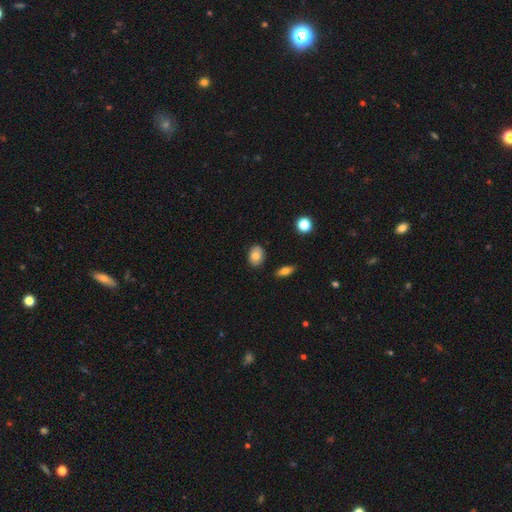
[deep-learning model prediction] Smooth or featured? smooth (78%)
How rounded? in between (74%)
Merging? none (84%)